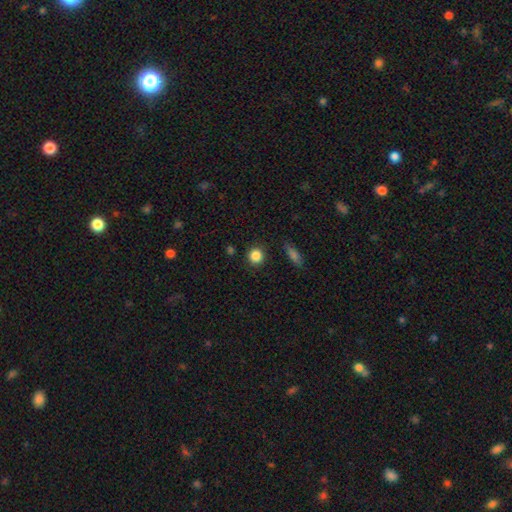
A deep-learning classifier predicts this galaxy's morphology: smooth 86%, star or artifact 10%, featured or disk 4%. Down the decision tree: how rounded — round (91%); merging — none (89%).